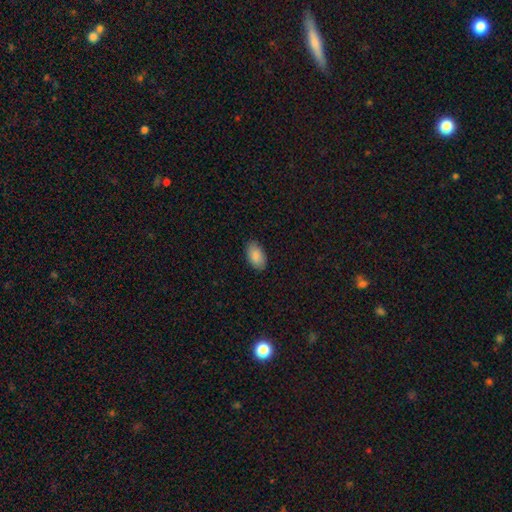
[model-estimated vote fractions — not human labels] Q: Smooth or featured?
A: smooth (89%); runner-up: star or artifact (6%)
Q: How rounded?
A: in between (95%); runner-up: round (3%)
Q: Merging?
A: none (88%); runner-up: minor disturbance (9%)